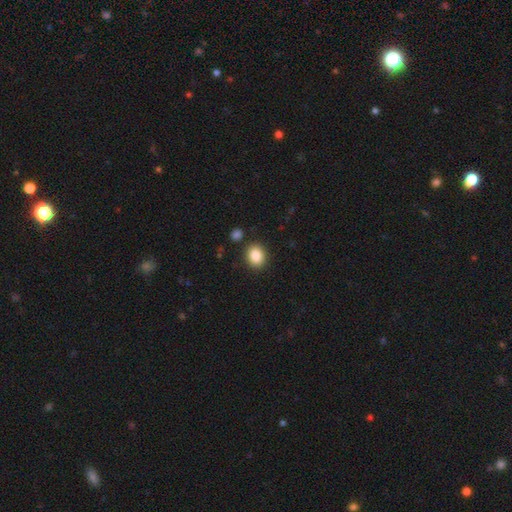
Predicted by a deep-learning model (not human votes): The model was most divided on "how rounded": round: 53%, in between: 46%, cigar-shaped: 1%. More confident: smooth or featured — smooth (86%); merging — none (86%).